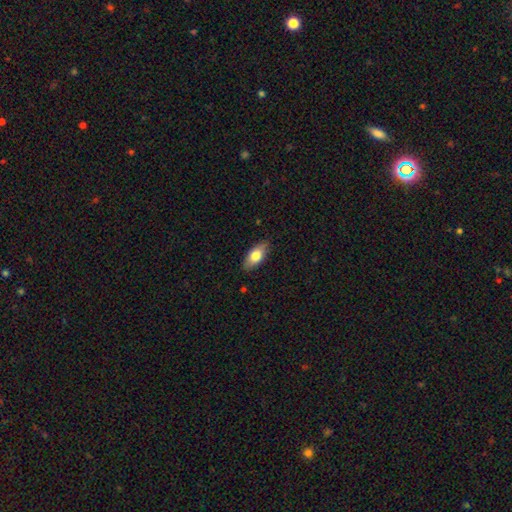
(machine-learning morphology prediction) This is likely a smooth galaxy (75%). How rounded: clearly in between (87%). Merging: clearly none (85%).